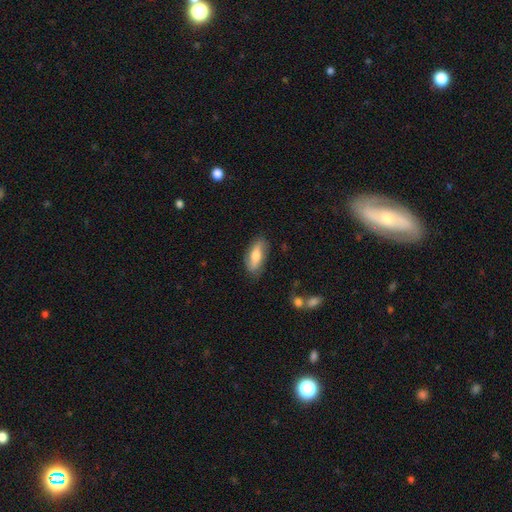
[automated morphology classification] Q: Smooth or featured?
A: smooth (63%); runner-up: featured or disk (31%)
Q: How rounded?
A: in between (72%); runner-up: cigar-shaped (25%)
Q: Merging?
A: none (79%); runner-up: minor disturbance (16%)